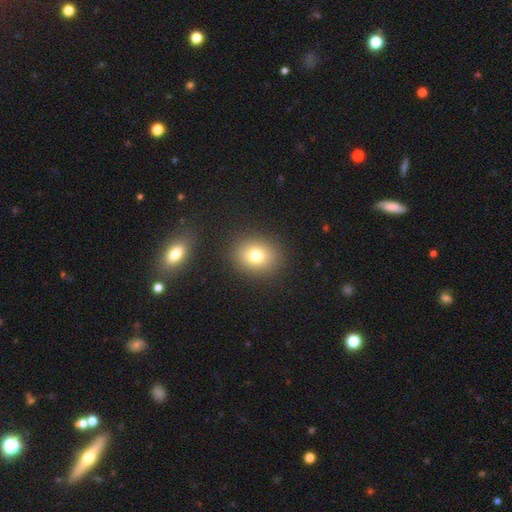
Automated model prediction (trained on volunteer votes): smooth 76%, star or artifact 14%, featured or disk 10%. Down the decision tree: how rounded — round (70%); merging — none (89%).